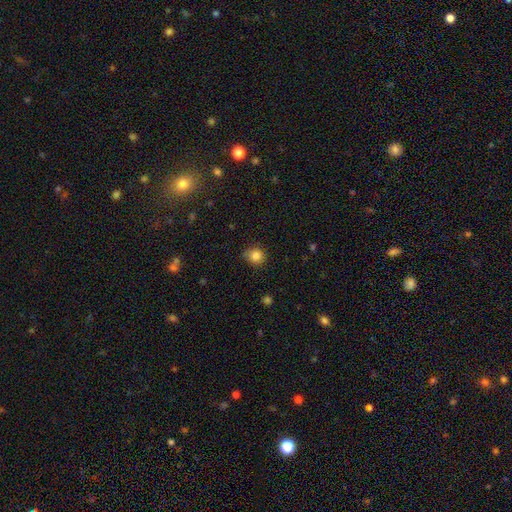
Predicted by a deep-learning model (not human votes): A smooth galaxy with no disk features (85%) that is round (88%). Merging: none (79%).